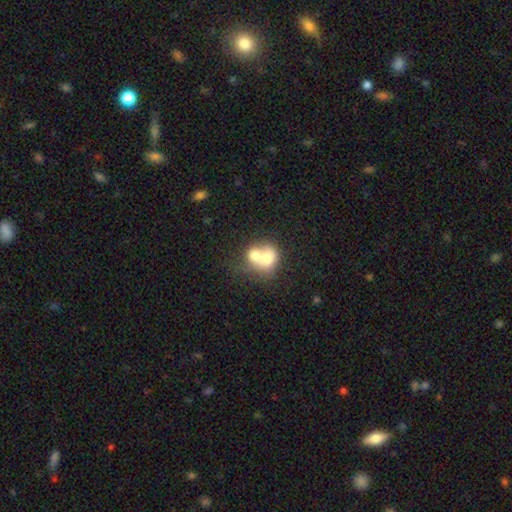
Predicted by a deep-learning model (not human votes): The model was most divided on "how rounded": round: 61%, in between: 38%, cigar-shaped: 1%. More confident: merging — merger (72%); smooth or featured — smooth (66%).